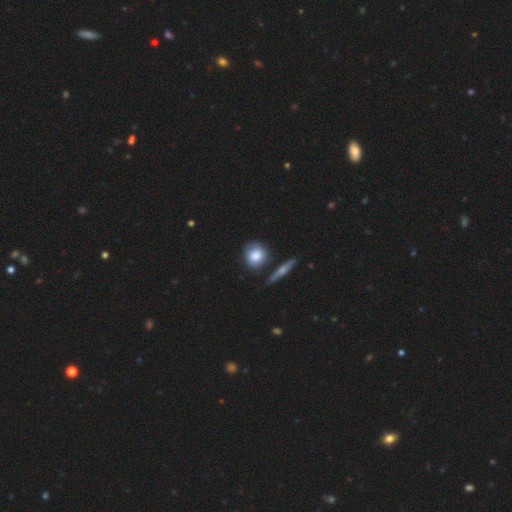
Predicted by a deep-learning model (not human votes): Morphology: type=smooth (75%); roundness=round (76%); merging=none (69%).